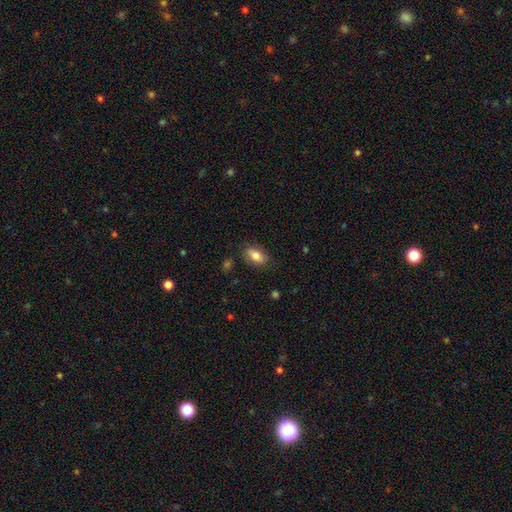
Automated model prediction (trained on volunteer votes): A smooth galaxy with no disk features (79%) that is in between round and cigar-shaped (89%).

Vote fractions:
- Smooth or featured? smooth: 79% / featured or disk: 14% / star or artifact: 7%
- How rounded? in between: 89% / round: 6% / cigar-shaped: 5%
- Merging? none: 81% / minor disturbance: 14% / major disturbance: 3% / merger: 1%